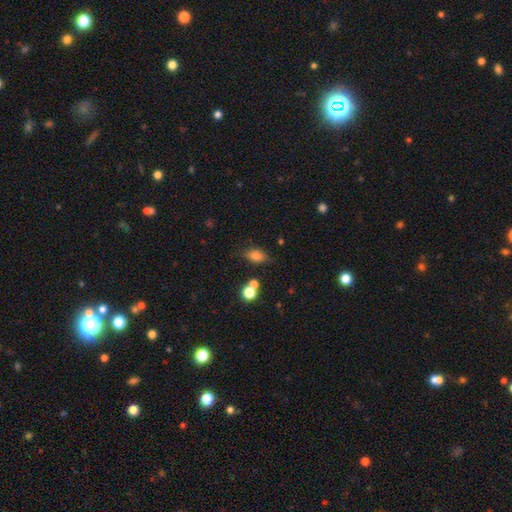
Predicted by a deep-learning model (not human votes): Smooth or featured? smooth (77%)
How rounded? in between (81%)
Merging? none (68%)